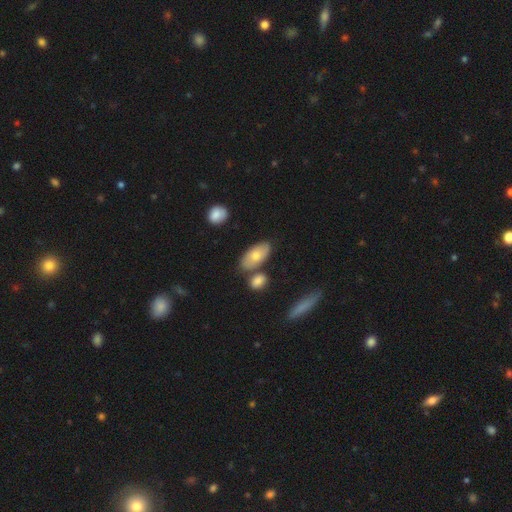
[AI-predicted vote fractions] Smooth or featured? Predicted: smooth (p=0.66). How rounded? Predicted: in between (p=0.91). Merging? Predicted: none (p=0.68).